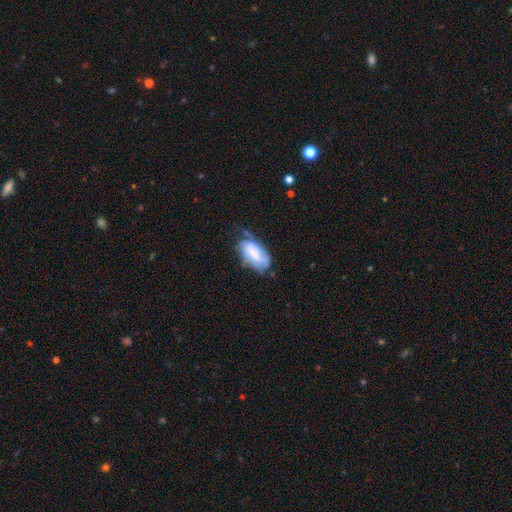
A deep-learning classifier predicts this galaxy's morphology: A featured or disk galaxy (49%). Merging: none (46%).